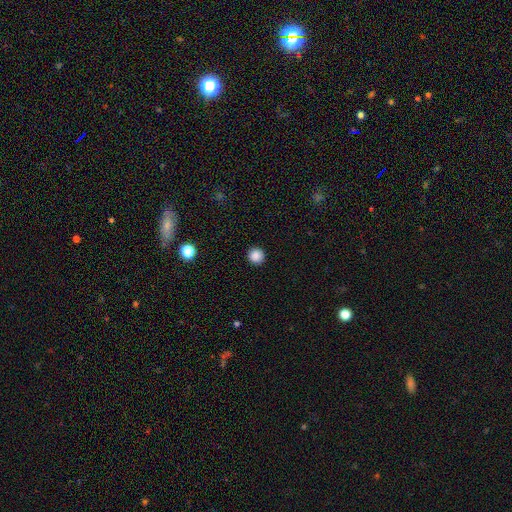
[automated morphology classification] A smooth galaxy with no disk features (87%) that is round (95%). Merging: none (92%).